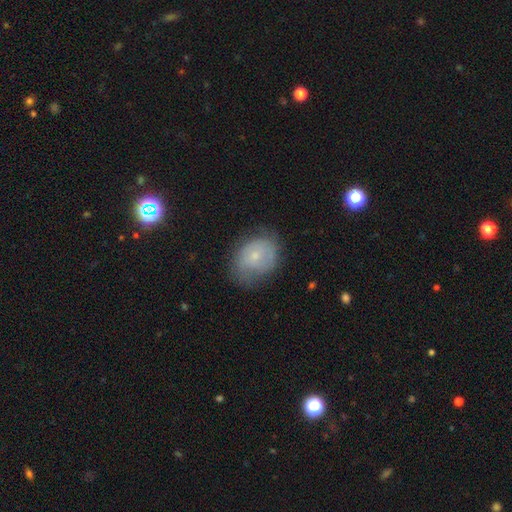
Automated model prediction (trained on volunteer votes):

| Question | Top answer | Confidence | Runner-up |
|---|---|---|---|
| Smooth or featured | smooth | 57% | featured or disk (34%) |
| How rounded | in between | 59% | round (40%) |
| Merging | none | 60% | minor disturbance (28%) |